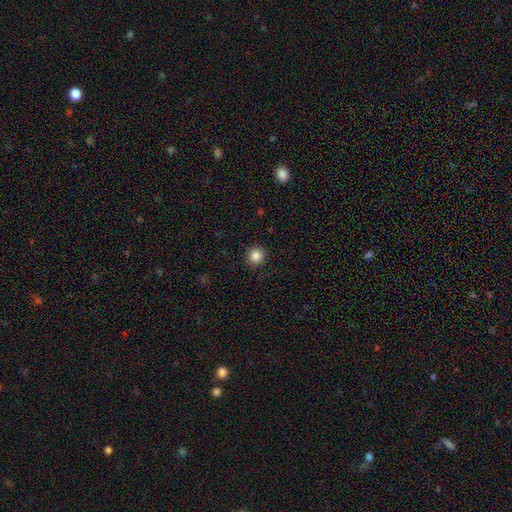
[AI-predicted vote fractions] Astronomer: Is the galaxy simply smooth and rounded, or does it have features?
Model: smooth — 86%.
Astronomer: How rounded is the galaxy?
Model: round — 94%.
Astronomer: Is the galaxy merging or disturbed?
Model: none — 91%.